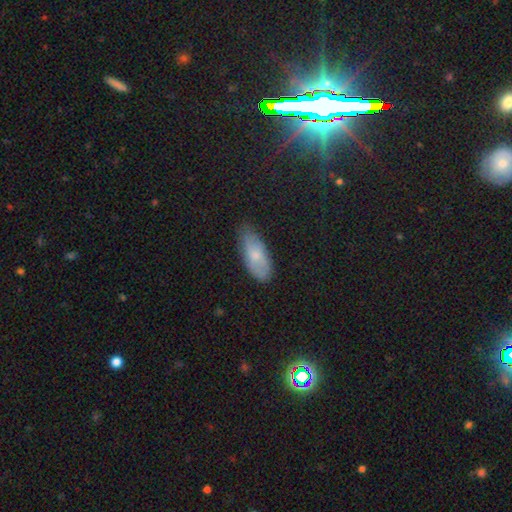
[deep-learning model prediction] This is likely a smooth galaxy (68%). How rounded: clearly in between (86%). Merging: likely none (66%).